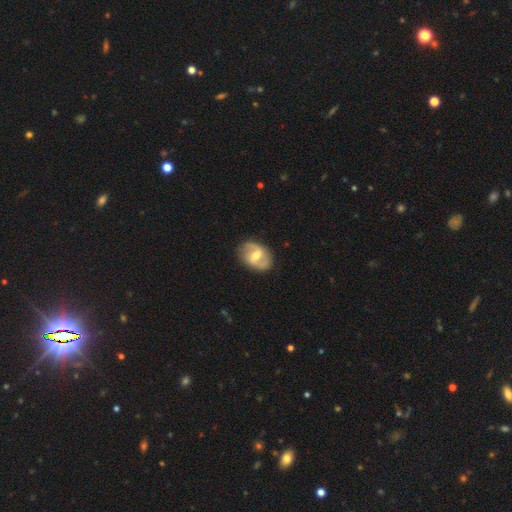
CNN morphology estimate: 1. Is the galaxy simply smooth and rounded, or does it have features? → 74% featured or disk, 20% smooth, 5% star or artifact.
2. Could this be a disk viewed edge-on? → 96% no, 4% yes.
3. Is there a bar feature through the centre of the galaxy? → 49% weak, 36% strong, 15% no.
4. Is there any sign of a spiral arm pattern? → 83% yes, 17% no.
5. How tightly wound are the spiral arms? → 42% loose (tied), 42% medium (tied), 16% tight.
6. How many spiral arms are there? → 87% 2, 7% can't tell, 2% 1, 1% 3, 1% 4, 1% more than 4.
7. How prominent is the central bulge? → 55% moderate, 38% small, 4% large, 2% none, 1% dominant.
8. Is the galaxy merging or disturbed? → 82% none, 13% minor disturbance, 4% major disturbance, 1% merger.